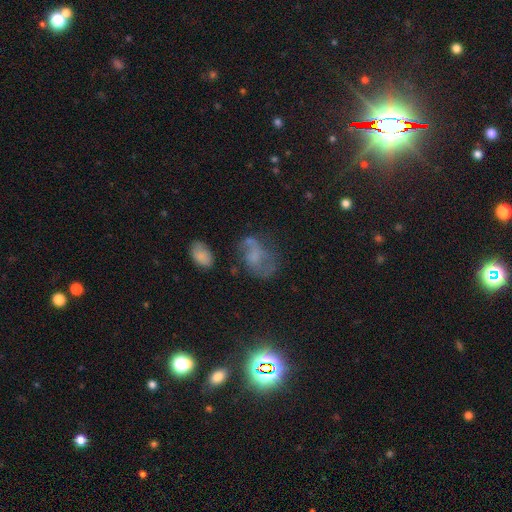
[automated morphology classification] smooth_or_featured: smooth (p=0.42) [alt: featured or disk p=0.41]
merging: none (p=0.38) [alt: major disturbance p=0.28]